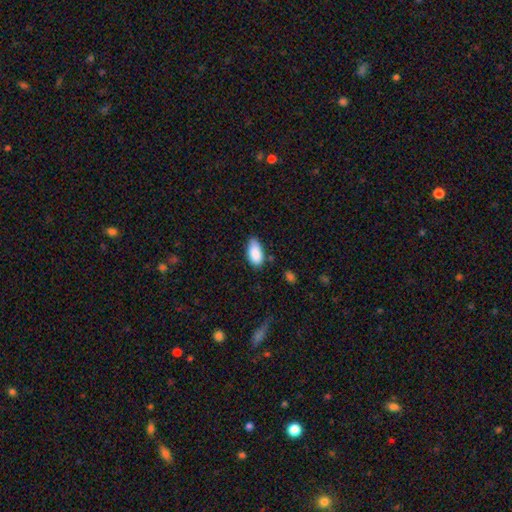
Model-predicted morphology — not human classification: A smooth galaxy with no disk features (88%) that is in between round and cigar-shaped (93%).

Vote fractions:
- Smooth or featured? smooth: 88% / star or artifact: 7% / featured or disk: 5%
- How rounded? in between: 93% / cigar-shaped: 4% / round: 3%
- Merging? none: 69% / minor disturbance: 24% / major disturbance: 4% / merger: 2%